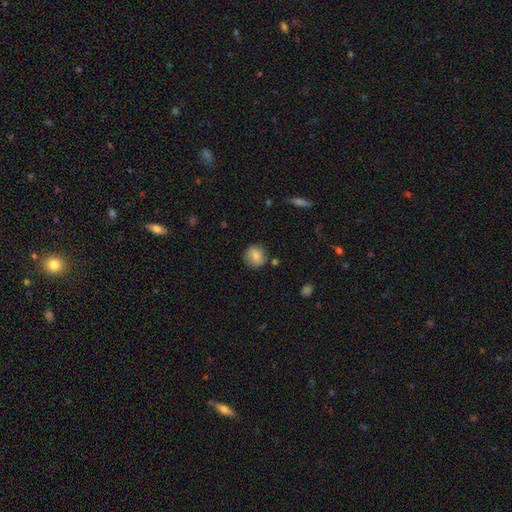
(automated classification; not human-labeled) Smooth or featured?
  - smooth: 83% *
  - featured or disk: 9%
  - star or artifact: 9%
How rounded?
  - round: 84% *
  - in between: 14%
  - cigar-shaped: 1%
Merging?
  - none: 81% *
  - minor disturbance: 12%
  - merger: 3%
  - major disturbance: 3%